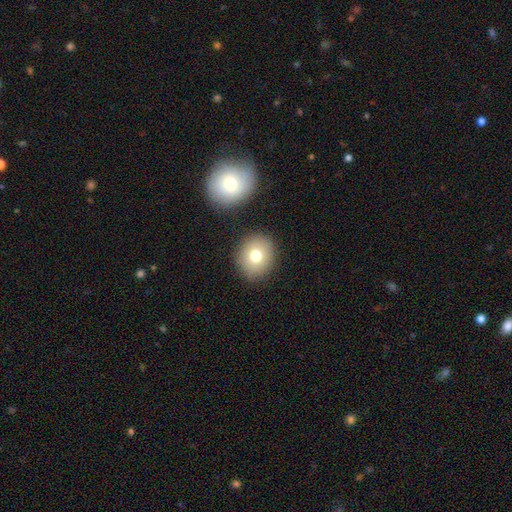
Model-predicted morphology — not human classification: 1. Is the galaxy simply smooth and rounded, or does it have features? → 74% smooth, 14% featured or disk, 11% star or artifact.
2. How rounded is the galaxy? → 71% round, 28% in between, 1% cigar-shaped.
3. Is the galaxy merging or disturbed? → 85% none, 8% minor disturbance, 3% merger, 3% major disturbance.